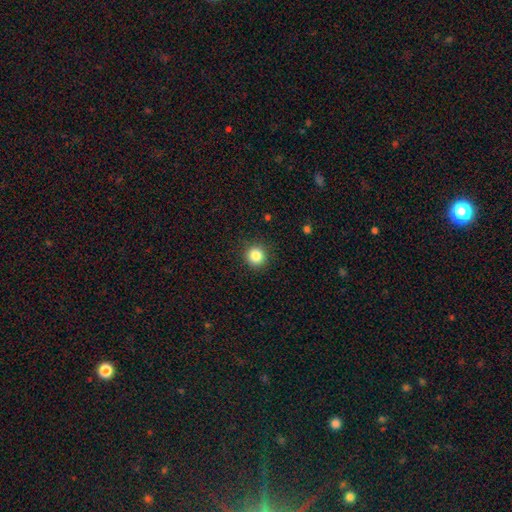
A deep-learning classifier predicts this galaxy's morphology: The model was most divided on "smooth or featured": smooth: 85%, star or artifact: 11%, featured or disk: 4%. More confident: how rounded — round (94%); merging — none (91%).